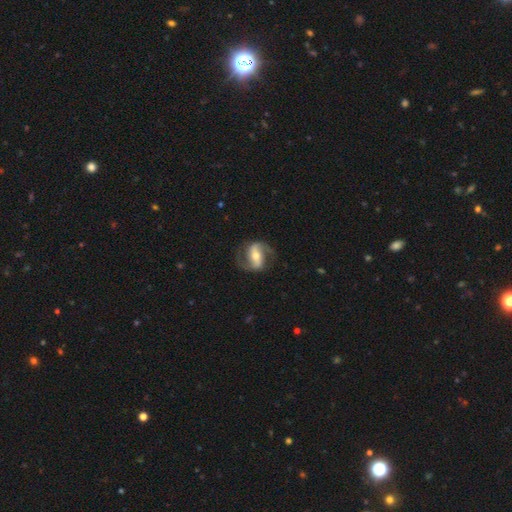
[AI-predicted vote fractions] This is likely a featured or disk galaxy (79%). It is clearly not viewed edge-on (95%). Bar: possibly strong (55%). Spiral arm pattern: clearly yes (90%). Spiral arm count: clearly 2 (90%). Spiral winding: possibly medium (47%). Central bulge: possibly moderate (59%). Merging: likely none (75%).